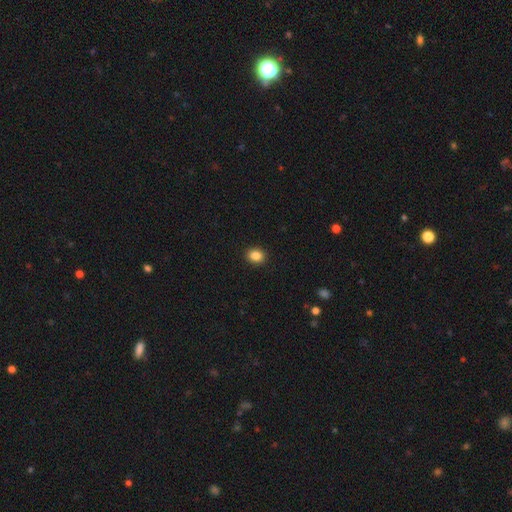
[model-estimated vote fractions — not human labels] Morphology: type=smooth (86%); roundness=round (60%); merging=none (92%).